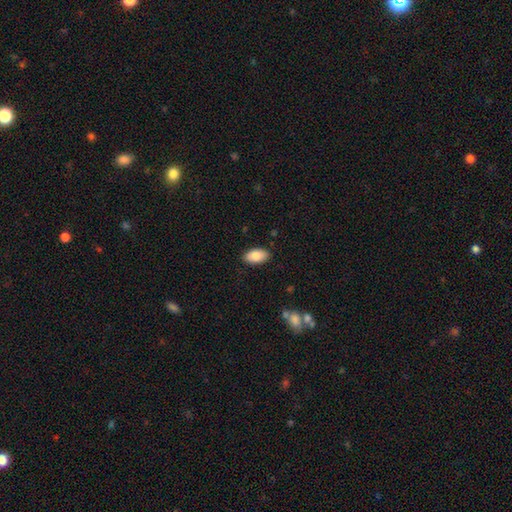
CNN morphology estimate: smooth_or_featured: smooth (p=0.85) [alt: featured or disk p=0.08]
how_rounded: in between (p=0.94) [alt: round p=0.03]
merging: none (p=0.88) [alt: minor disturbance p=0.09]